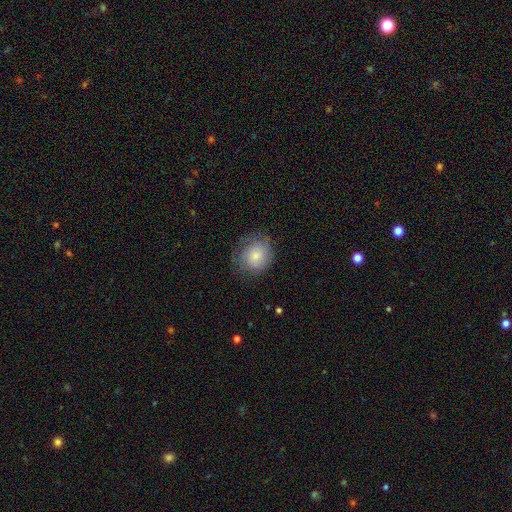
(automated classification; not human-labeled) Overall: smooth (76%). How rounded: round (74%). Merging: none (71%).